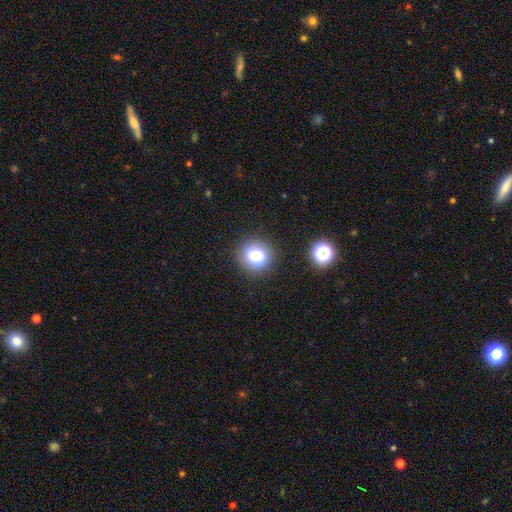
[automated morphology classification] Overall: smooth (77%). How rounded: round (82%). Merging: none (87%).